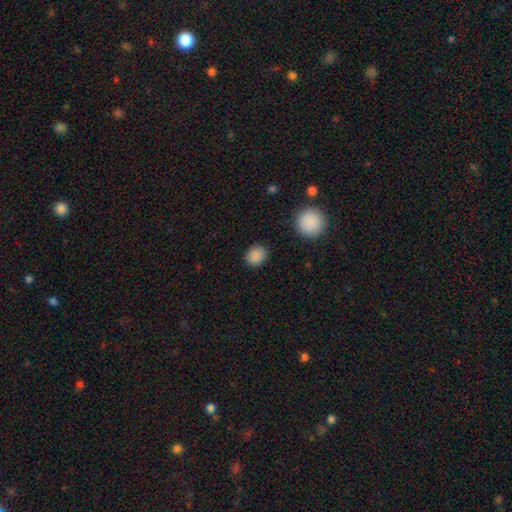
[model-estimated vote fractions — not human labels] Smooth or featured: smooth — 87% (star or artifact — 10%)
How rounded: round — 69% (in between — 30%)
Merging: none — 86% (minor disturbance — 10%)